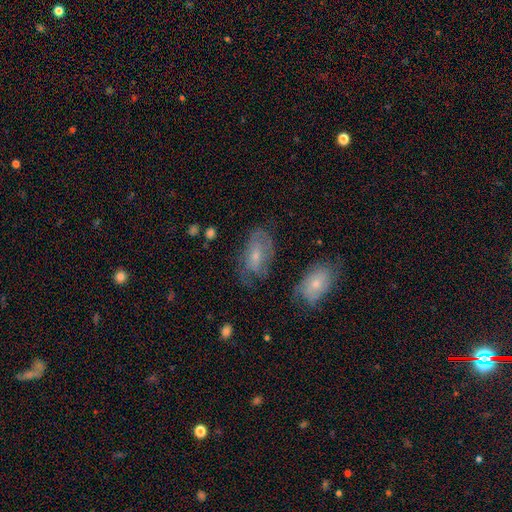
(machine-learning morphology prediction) featured or disk 53%, smooth 37%, star or artifact 9%. Down the decision tree: edge-on disk — no (94%); merging — none (56%).